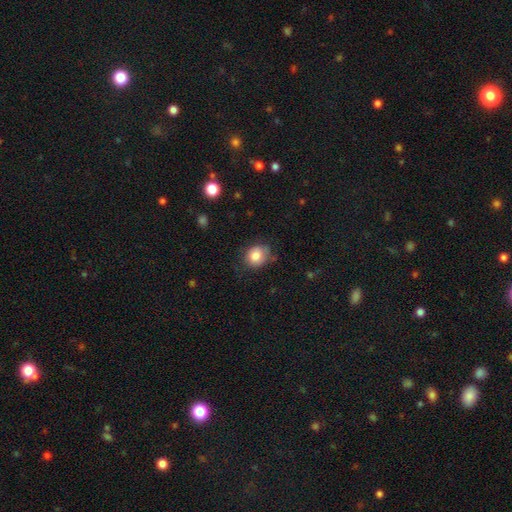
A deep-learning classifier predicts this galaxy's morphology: This appears to be a smooth galaxy with no disk features (83%) that is round (67%). Merging: none (66%).